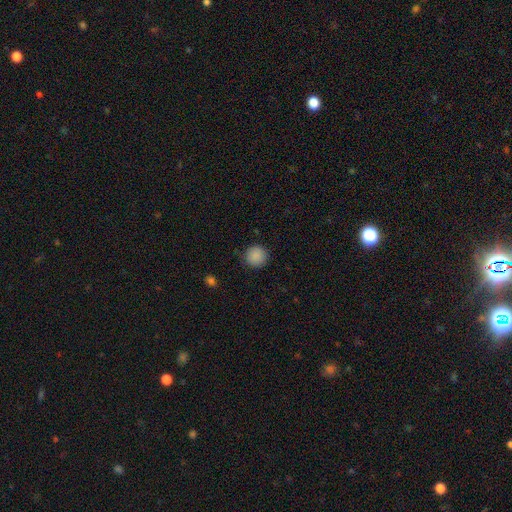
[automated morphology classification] A smooth galaxy with no disk features (89%) that is round (94%).

Vote fractions:
- Smooth or featured? smooth: 89% / star or artifact: 9% / featured or disk: 3%
- How rounded? round: 94% / in between: 5% / cigar-shaped: 1%
- Merging? none: 89% / minor disturbance: 8% / major disturbance: 2% / merger: 1%